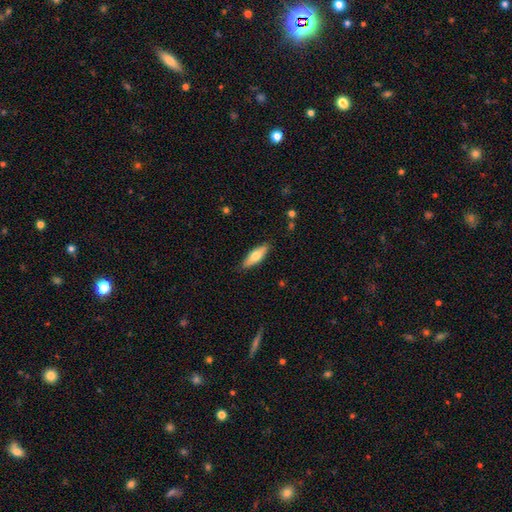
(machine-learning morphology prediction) Smooth or featured? smooth (64%)
How rounded? in between (52%)
Merging? none (86%)